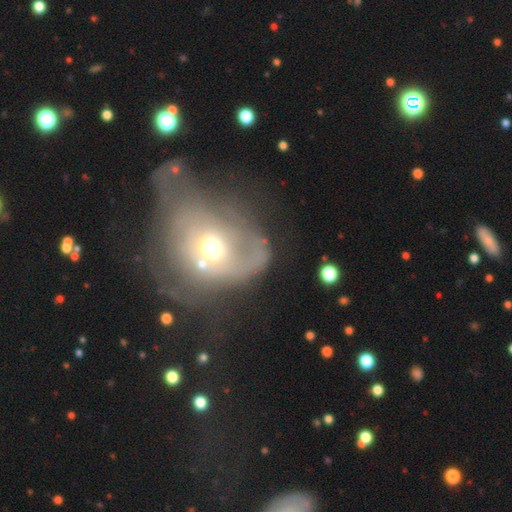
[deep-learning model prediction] This is possibly a featured or disk galaxy (54%). It is clearly not viewed edge-on (96%). Bar: clearly no (82%). Spiral arm pattern: possibly no (55%). Central bulge: likely moderate (68%). Merging: marginally major disturbance (36%).